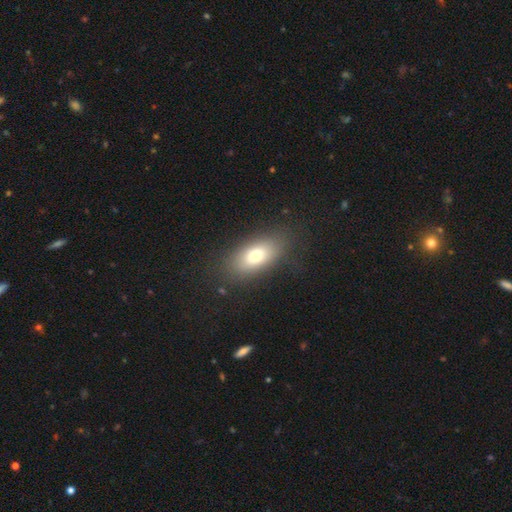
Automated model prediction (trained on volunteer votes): This is likely a smooth galaxy (73%). How rounded: clearly in between (85%). Merging: clearly none (82%).